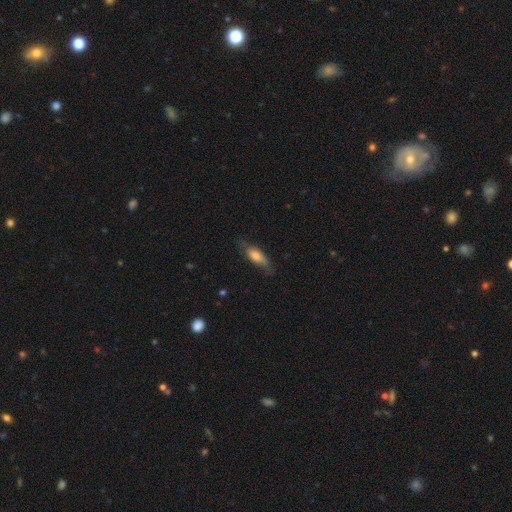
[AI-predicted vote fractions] Smooth or featured?
  - smooth: 62% *
  - featured or disk: 32%
  - star or artifact: 6%
How rounded?
  - in between: 67% *
  - cigar-shaped: 30%
  - round: 3%
Merging?
  - none: 64% *
  - minor disturbance: 25%
  - major disturbance: 10%
  - merger: 2%